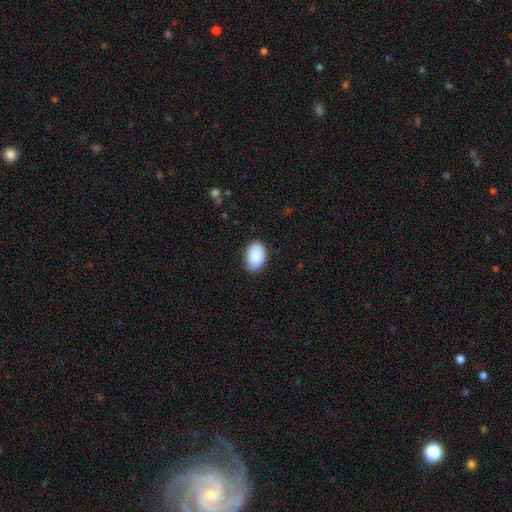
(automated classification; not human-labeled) Q: Smooth or featured?
A: smooth (90%); runner-up: star or artifact (6%)
Q: How rounded?
A: in between (89%); runner-up: round (10%)
Q: Merging?
A: none (84%); runner-up: minor disturbance (12%)